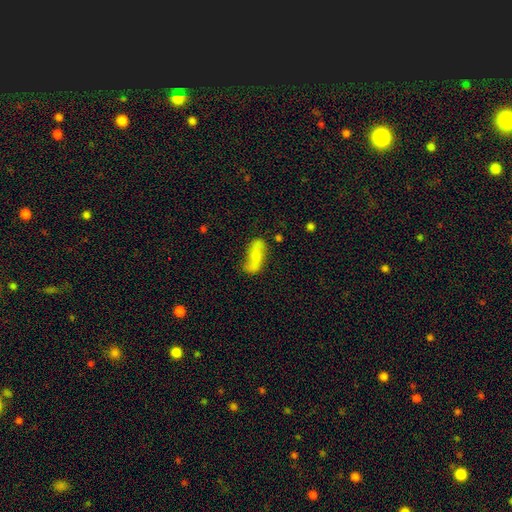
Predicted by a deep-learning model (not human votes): Smooth or featured? Predicted: featured or disk (p=0.53). Edge-on disk? Predicted: no (p=0.89). Merging? Predicted: none (p=0.64).